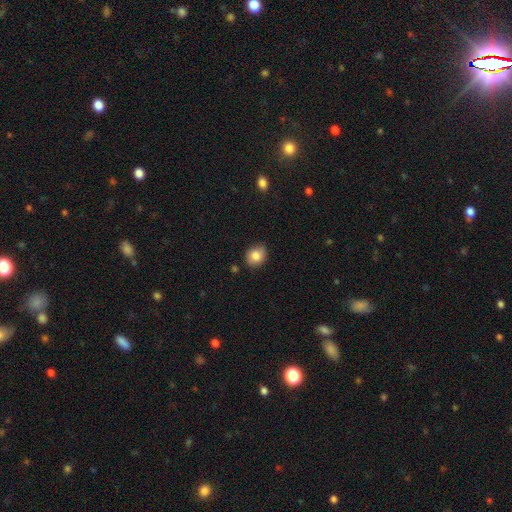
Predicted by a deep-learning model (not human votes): A smooth galaxy with no disk features (83%) that is round (58%).

Vote fractions:
- Smooth or featured? smooth: 83% / star or artifact: 9% / featured or disk: 9%
- How rounded? round: 58% / in between: 41% / cigar-shaped: 1%
- Merging? none: 79% / minor disturbance: 17% / major disturbance: 3% / merger: 2%